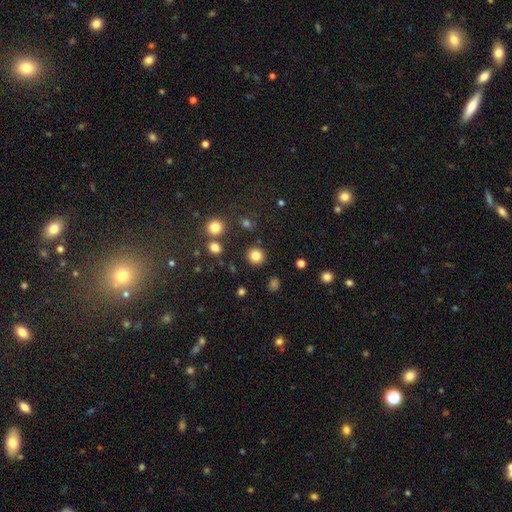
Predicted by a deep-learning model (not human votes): Overall: smooth (83%). How rounded: round (93%). Merging: none (89%).